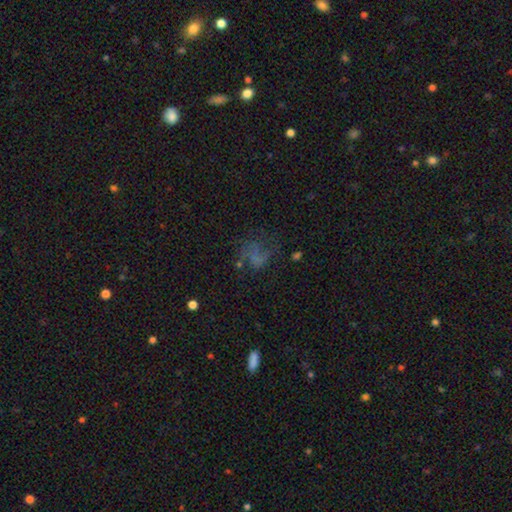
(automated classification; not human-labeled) The model was most divided on "smooth or featured": smooth: 38%, featured or disk: 35%, star or artifact: 27%. Remaining: merging — none (40%).